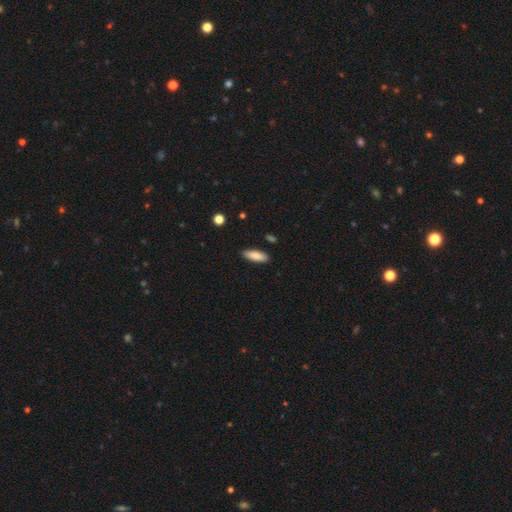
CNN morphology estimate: This is clearly a smooth galaxy (84%). How rounded: likely in between (65%). Merging: clearly none (87%).